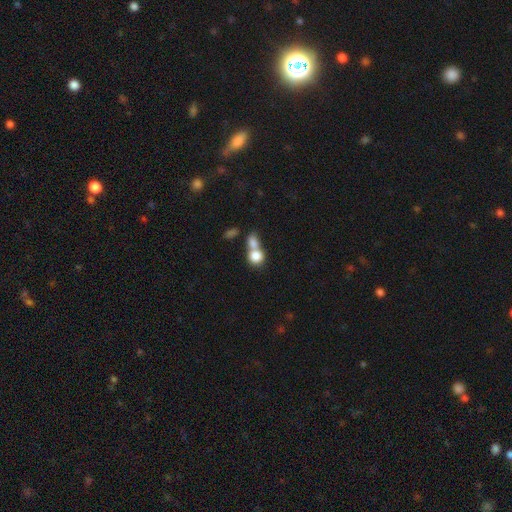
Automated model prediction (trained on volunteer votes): Smooth or featured: smooth — 79% (featured or disk — 12%)
How rounded: round — 71% (in between — 28%)
Merging: merger — 64% (none — 26%)